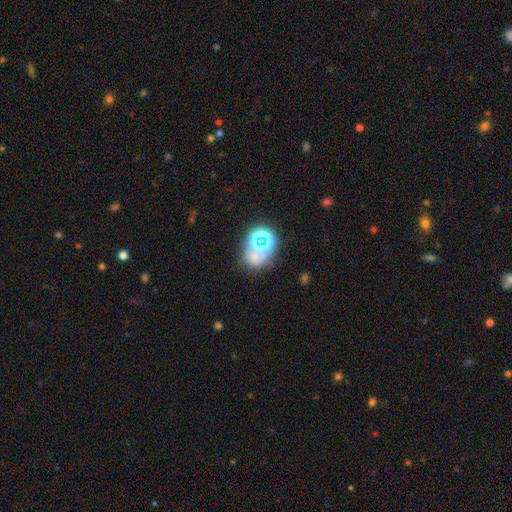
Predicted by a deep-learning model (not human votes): Smooth or featured: smooth — 43% (star or artifact — 41%)
Merging: none — 53% (merger — 22%)